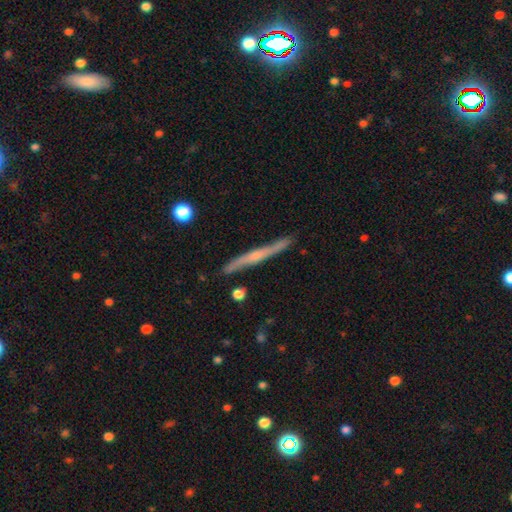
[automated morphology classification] A featured or disk galaxy (69%) viewed edge-on (96%) with a rounded central bulge (59%). Merging: none (85%).